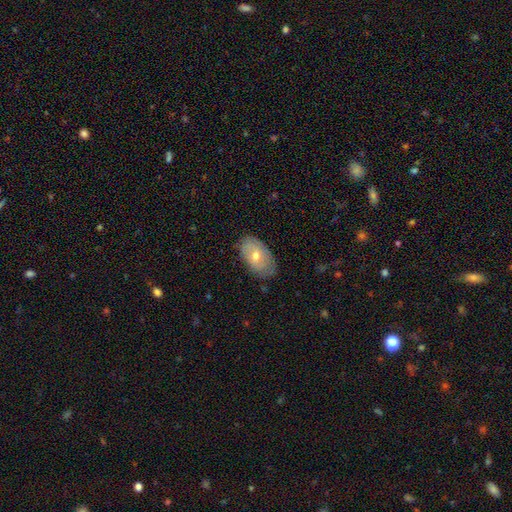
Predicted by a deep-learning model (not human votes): A smooth galaxy with no disk features (52%) that is in between round and cigar-shaped (92%). Merging: none (77%).